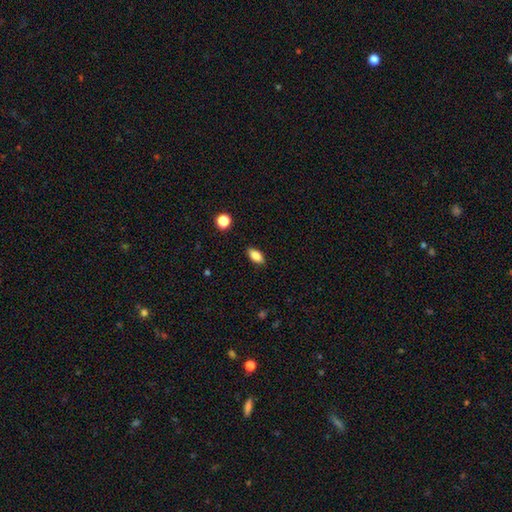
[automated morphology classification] smooth-or-featured: smooth: 84% | star or artifact: 8% | featured or disk: 8%
  how-rounded: in between: 88% | cigar-shaped: 7% | round: 5%
  merging: none: 88% | minor disturbance: 9% | major disturbance: 2% | merger: 1%